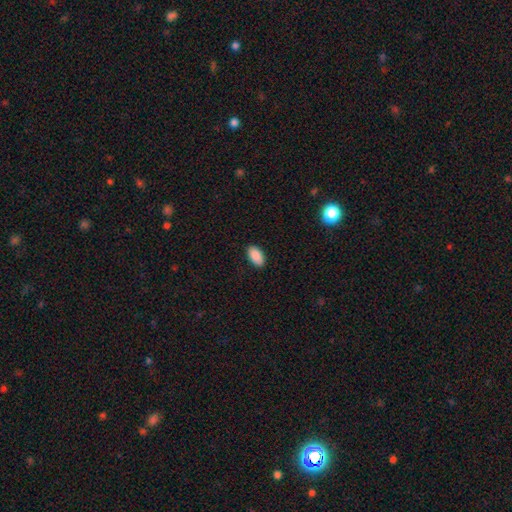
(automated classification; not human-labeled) Smooth or featured? smooth (90%)
How rounded? in between (95%)
Merging? none (89%)